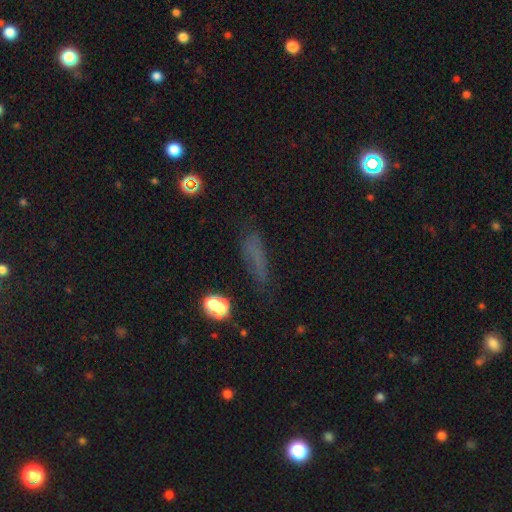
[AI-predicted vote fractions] smooth 61%, star or artifact 22%, featured or disk 18%. Down the decision tree: how rounded — cigar-shaped (66%); merging — none (70%).